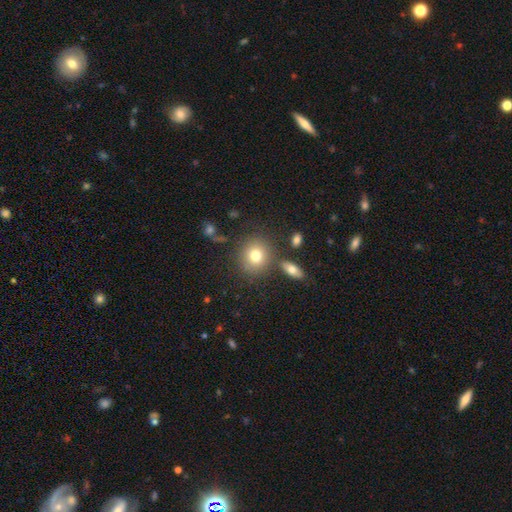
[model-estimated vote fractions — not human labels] A smooth galaxy with no disk features (77%) that is round (84%).

Vote fractions:
- Smooth or featured? smooth: 77% / featured or disk: 12% / star or artifact: 11%
- How rounded? round: 84% / in between: 15% / cigar-shaped: 1%
- Merging? none: 80% / minor disturbance: 10% / merger: 7% / major disturbance: 4%